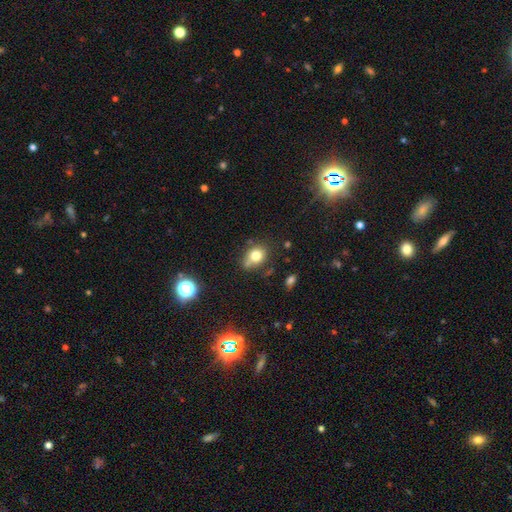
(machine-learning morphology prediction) Q: Smooth or featured?
A: smooth (77%); runner-up: star or artifact (13%)
Q: How rounded?
A: round (60%); runner-up: in between (38%)
Q: Merging?
A: none (57%); runner-up: minor disturbance (23%)